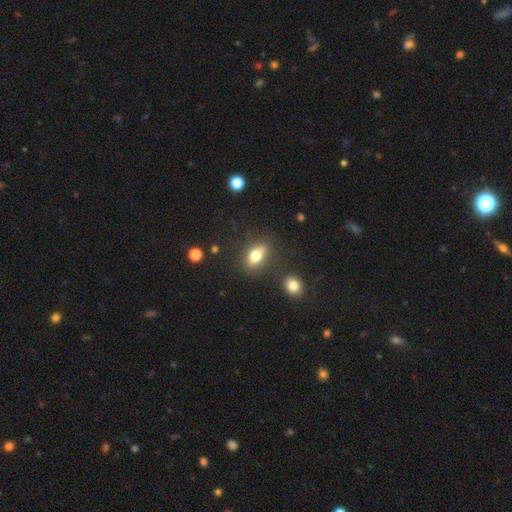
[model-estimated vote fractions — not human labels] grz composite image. It shows a smooth galaxy with no disk features (77%) that is in between round and cigar-shaped (81%). Merging: none (79%).